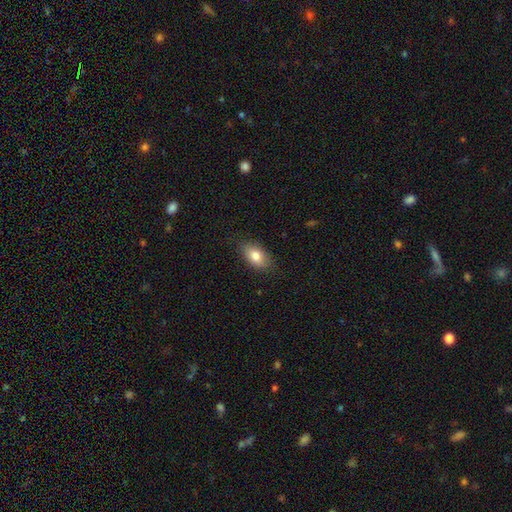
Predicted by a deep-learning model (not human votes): This appears to be a smooth galaxy with no disk features (79%) that is in between round and cigar-shaped (88%). Merging: none (82%).